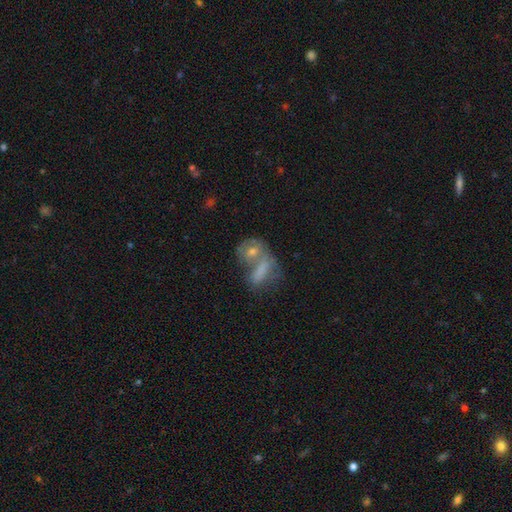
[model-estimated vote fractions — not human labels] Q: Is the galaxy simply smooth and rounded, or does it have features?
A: smooth — 49%.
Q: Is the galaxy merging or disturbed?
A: merger — 49%.